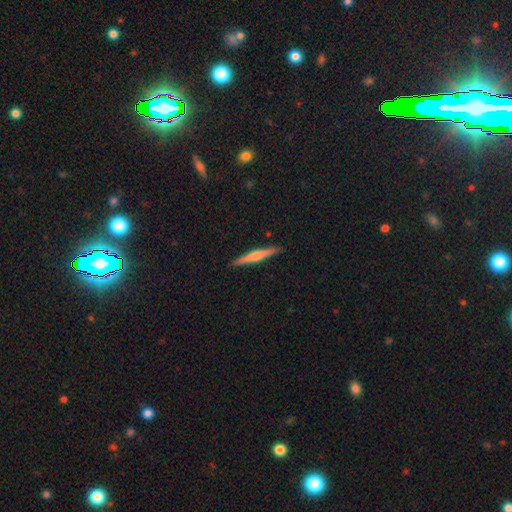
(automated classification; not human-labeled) Smooth or featured? Predicted: featured or disk (p=0.52). Edge-on disk? Predicted: yes (p=0.97). Edge-on bulge? Predicted: rounded (p=0.66). Merging? Predicted: none (p=0.91).